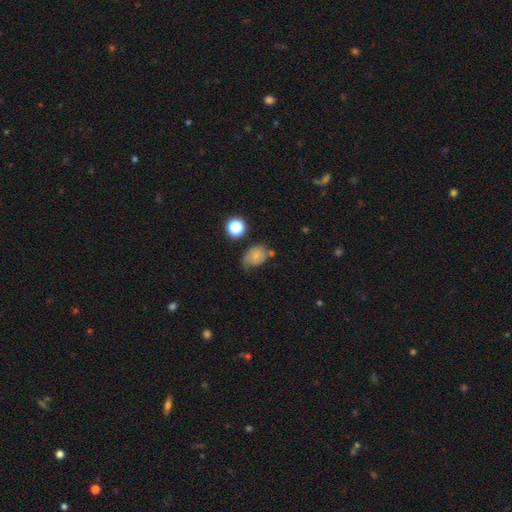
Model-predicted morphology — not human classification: Overall: smooth (58%; featured or disk 29%). How rounded: in between (60%; round 39%). Merging: none (38%; minor disturbance 32%).